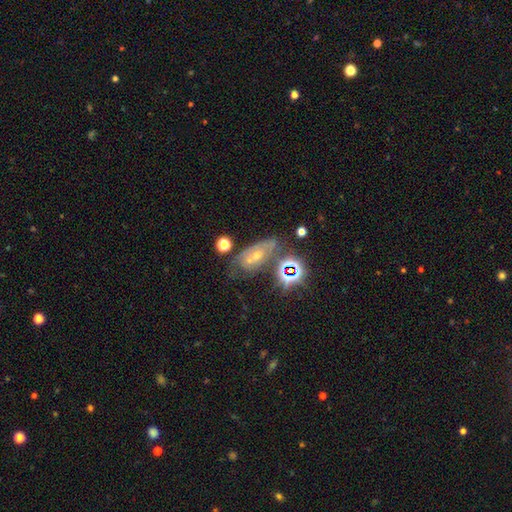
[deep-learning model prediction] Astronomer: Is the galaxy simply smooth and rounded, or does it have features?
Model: featured or disk — 37% (runner-up: smooth, 34%).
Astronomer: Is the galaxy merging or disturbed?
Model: none — 43% (runner-up: minor disturbance, 24%).